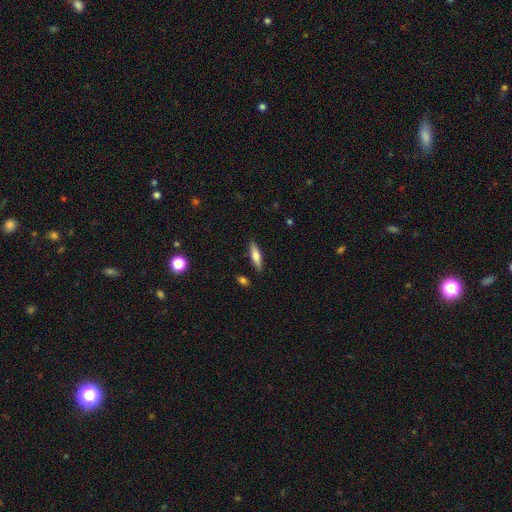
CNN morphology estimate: This appears to be a smooth galaxy with no disk features (64%) that is cigar-shaped (65%). Merging: none (87%).